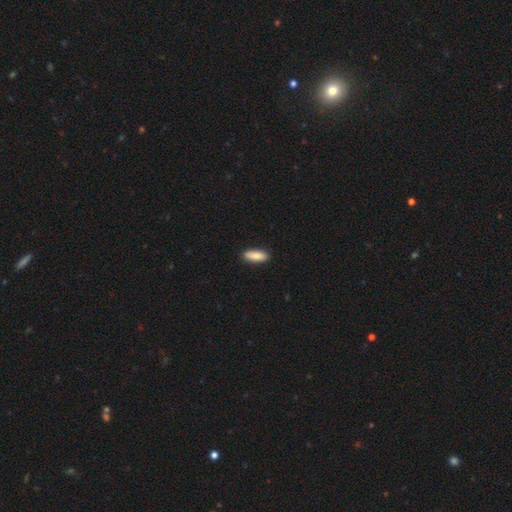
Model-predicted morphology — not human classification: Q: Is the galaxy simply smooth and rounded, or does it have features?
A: smooth — 87%.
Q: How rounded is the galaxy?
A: in between — 68%.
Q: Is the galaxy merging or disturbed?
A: none — 90%.